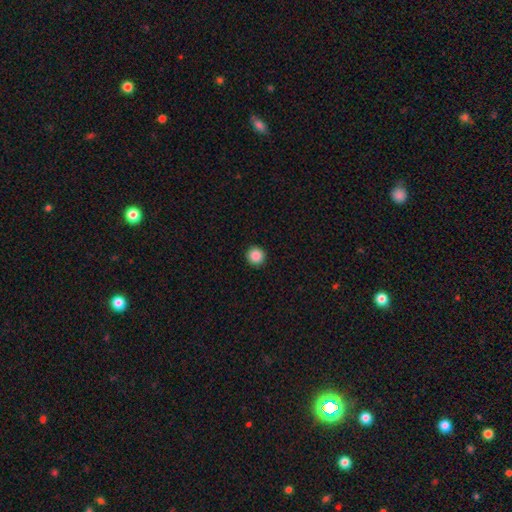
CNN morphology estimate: The model was most divided on "smooth or featured": smooth: 88%, star or artifact: 9%, featured or disk: 3%. More confident: how rounded — round (95%); merging — none (93%).